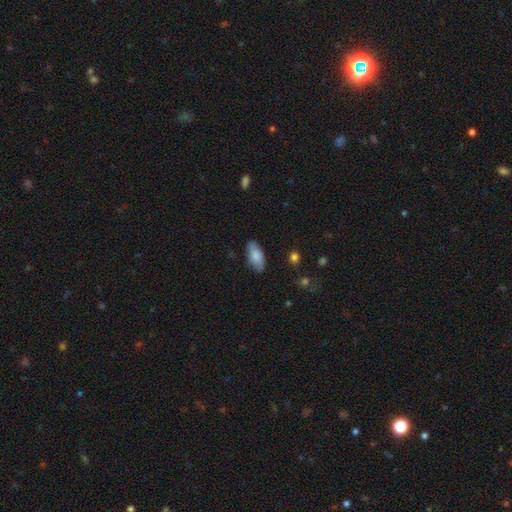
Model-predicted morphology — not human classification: Q: Smooth or featured?
A: smooth (80%); runner-up: featured or disk (13%)
Q: How rounded?
A: in between (88%); runner-up: cigar-shaped (10%)
Q: Merging?
A: none (82%); runner-up: minor disturbance (14%)